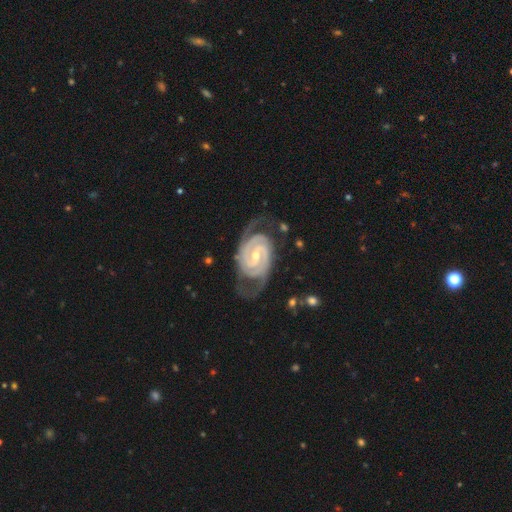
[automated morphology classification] Q: Smooth or featured?
A: featured or disk (94%); runner-up: star or artifact (3%)
Q: Edge-on disk?
A: no (97%); runner-up: yes (3%)
Q: Bar?
A: weak (46%); runner-up: no (27%)
Q: Spiral arms?
A: yes (99%); runner-up: no (1%)
Q: Spiral winding?
A: tight (72%); runner-up: medium (24%)
Q: Spiral arm count?
A: 2 (77%); runner-up: 3 (11%)
Q: Bulge size?
A: small (51%); runner-up: moderate (47%)
Q: Merging?
A: none (70%); runner-up: minor disturbance (19%)